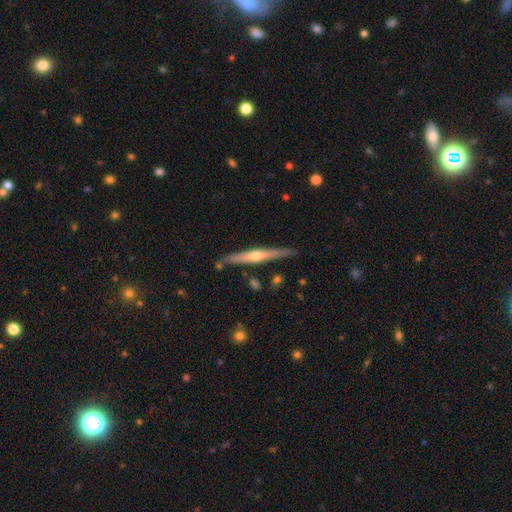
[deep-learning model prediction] A featured or disk galaxy (68%) viewed edge-on (96%) with a rounded central bulge (82%).

Vote fractions:
- Smooth or featured? featured or disk: 68% / smooth: 27% / star or artifact: 6%
- Edge-on disk? yes: 96% / no: 4%
- Edge-on bulge? rounded: 82% / none: 15% / boxy: 3%
- Merging? none: 85% / minor disturbance: 11% / merger: 3% / major disturbance: 2%